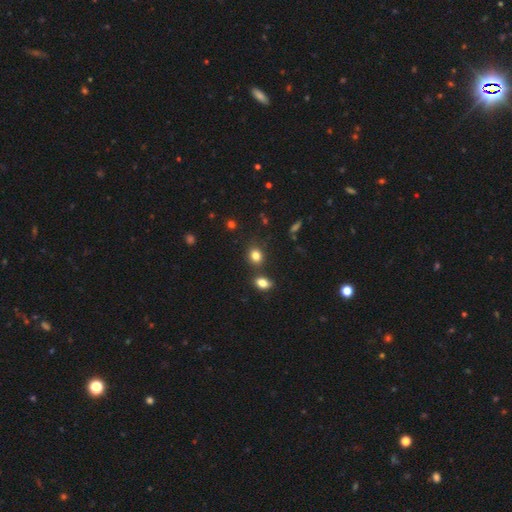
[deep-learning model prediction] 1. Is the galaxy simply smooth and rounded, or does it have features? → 82% smooth, 12% star or artifact, 6% featured or disk.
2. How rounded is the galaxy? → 54% round, 44% in between, 1% cigar-shaped.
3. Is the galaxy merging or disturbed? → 74% none, 12% merger, 11% minor disturbance, 3% major disturbance.